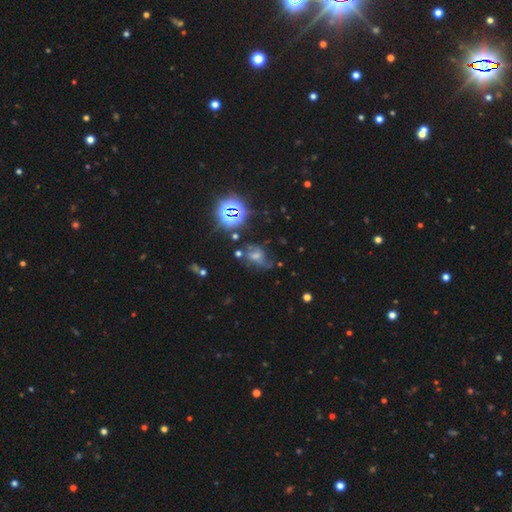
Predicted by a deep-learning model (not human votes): A star or artifact, not a galaxy (44%).

Vote fractions:
- Smooth or featured? star or artifact: 44% / featured or disk: 35% / smooth: 21%